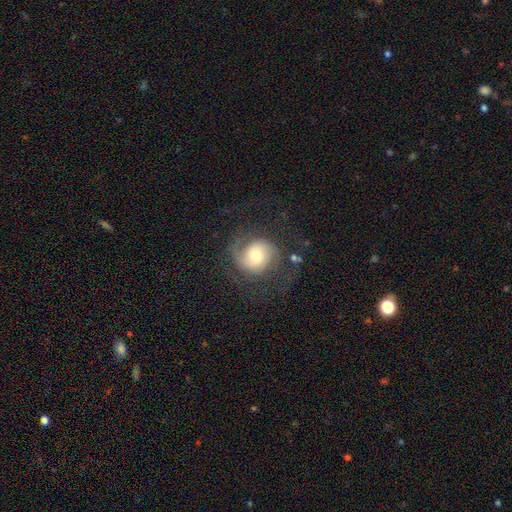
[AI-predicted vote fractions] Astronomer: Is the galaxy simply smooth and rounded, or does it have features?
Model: featured or disk — 75%.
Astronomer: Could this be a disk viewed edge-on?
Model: no — 98%.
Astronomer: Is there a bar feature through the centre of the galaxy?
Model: no — 58% (runner-up: weak, 34%).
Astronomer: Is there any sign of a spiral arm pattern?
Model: yes — 94%.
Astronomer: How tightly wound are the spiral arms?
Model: medium — 47% (runner-up: tight, 30%).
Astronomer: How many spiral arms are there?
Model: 2 — 80%.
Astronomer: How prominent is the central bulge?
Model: moderate — 59%.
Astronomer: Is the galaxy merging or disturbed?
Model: none — 67%.